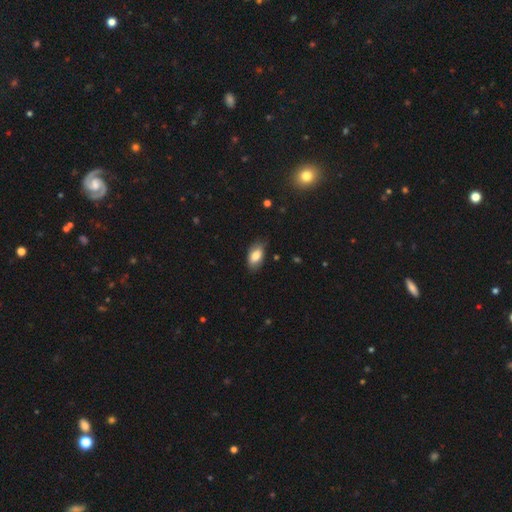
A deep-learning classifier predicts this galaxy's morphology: type=smooth (80%); roundness=in between (92%); merging=none (74%).